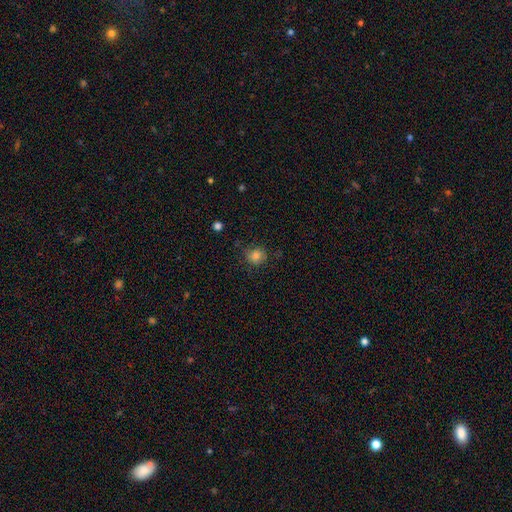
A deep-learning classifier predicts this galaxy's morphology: Smooth or featured?
  - smooth: 81% *
  - star or artifact: 12%
  - featured or disk: 6%
How rounded?
  - round: 87% *
  - in between: 12%
  - cigar-shaped: 1%
Merging?
  - none: 77% *
  - minor disturbance: 17%
  - major disturbance: 4%
  - merger: 2%